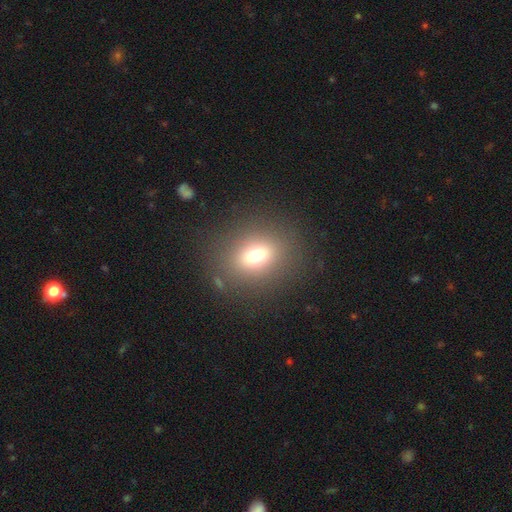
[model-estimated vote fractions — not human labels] A smooth galaxy with no disk features (70%) that is in between round and cigar-shaped (50%).

Vote fractions:
- Smooth or featured? smooth: 70% / star or artifact: 15% / featured or disk: 14%
- How rounded? in between: 50% / round: 48% / cigar-shaped: 2%
- Merging? none: 83% / minor disturbance: 9% / major disturbance: 6% / merger: 2%